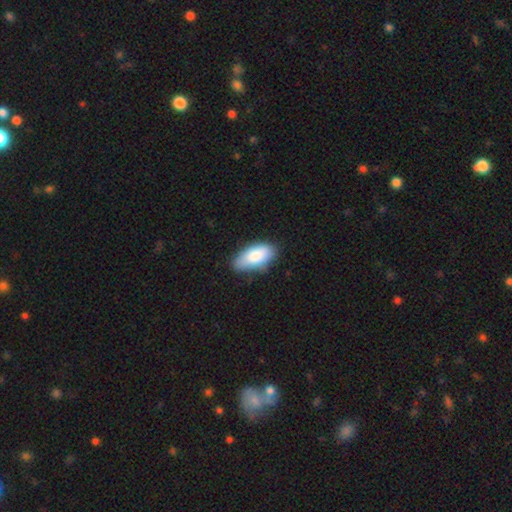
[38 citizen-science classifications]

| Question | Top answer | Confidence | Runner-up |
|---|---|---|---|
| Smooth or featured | smooth | 92% | star or artifact (5%) |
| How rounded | in between | 91% | round (6%) |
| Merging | none | 64% | minor disturbance (33%) |